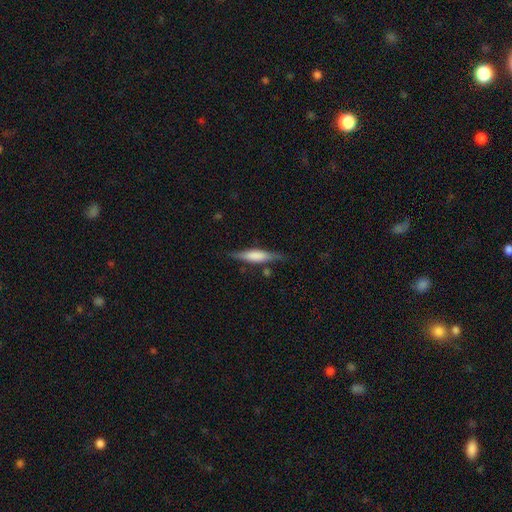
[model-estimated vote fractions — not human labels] smooth 50%, featured or disk 44%, star or artifact 7%. Down the decision tree: merging — none (77%).